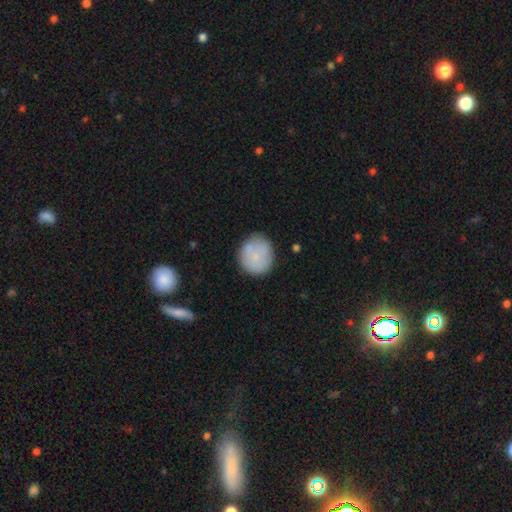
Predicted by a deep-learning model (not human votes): Q: Smooth or featured?
A: smooth (80%); runner-up: featured or disk (13%)
Q: How rounded?
A: round (86%); runner-up: in between (13%)
Q: Merging?
A: none (79%); runner-up: minor disturbance (14%)